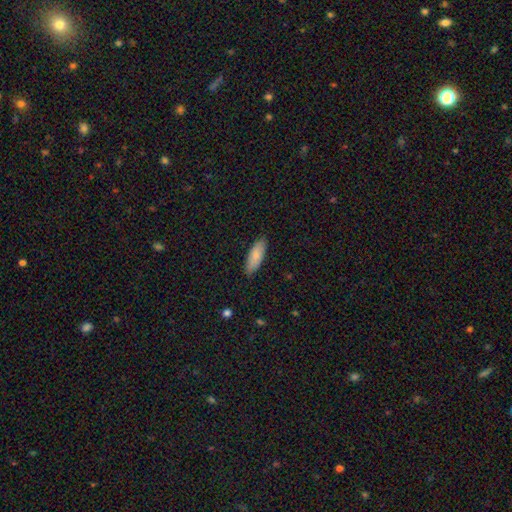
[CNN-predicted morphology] Smooth or featured? smooth (84%)
How rounded? in between (65%)
Merging? none (87%)